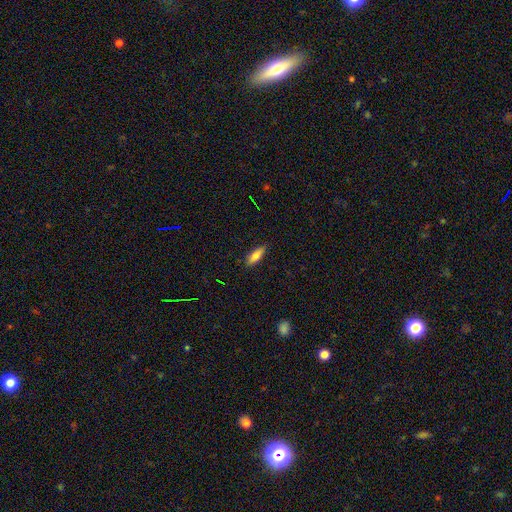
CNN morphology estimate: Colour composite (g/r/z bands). It shows a smooth galaxy with no disk features (75%) that is in between round and cigar-shaped (54%). Merging: none (86%).